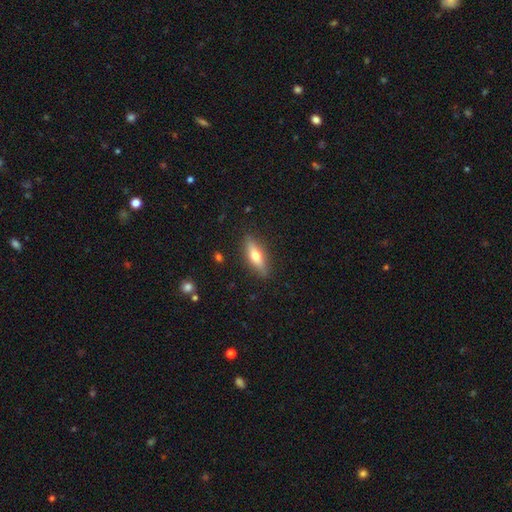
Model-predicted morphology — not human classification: smooth_or_featured: smooth (p=0.59) [alt: featured or disk p=0.35]
how_rounded: in between (p=0.50) [alt: cigar-shaped p=0.47]
merging: none (p=0.87) [alt: minor disturbance p=0.10]